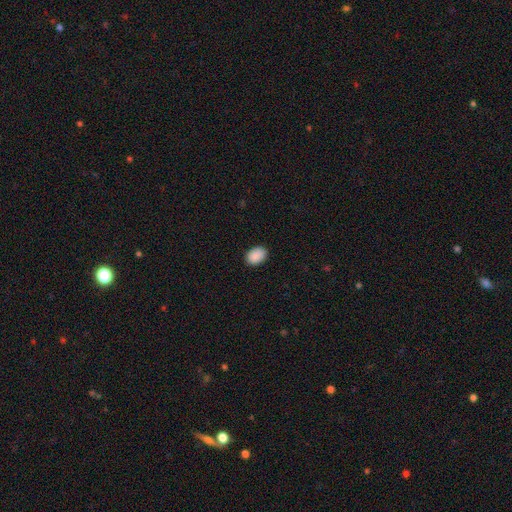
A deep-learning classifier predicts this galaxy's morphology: This is clearly a smooth galaxy (90%). How rounded: clearly in between (81%). Merging: clearly none (88%).